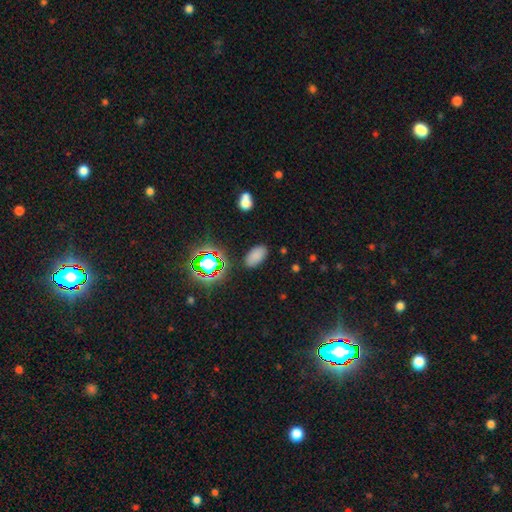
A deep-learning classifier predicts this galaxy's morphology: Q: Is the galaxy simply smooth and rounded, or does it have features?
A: smooth — 76%.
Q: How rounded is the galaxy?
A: in between — 93%.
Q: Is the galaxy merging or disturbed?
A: none — 84%.